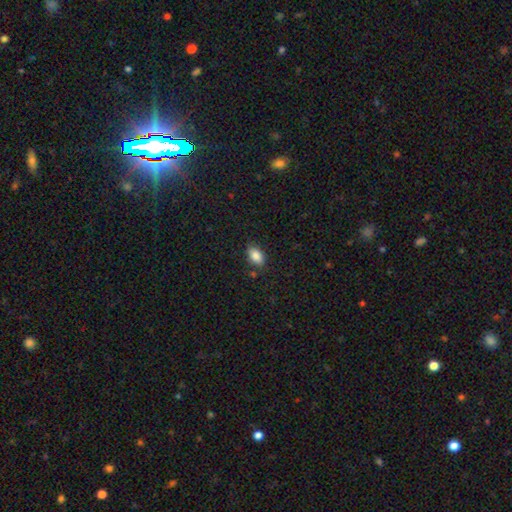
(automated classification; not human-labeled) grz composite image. It shows a smooth galaxy with no disk features (87%) that is in between round and cigar-shaped (90%). Merging: none (82%).